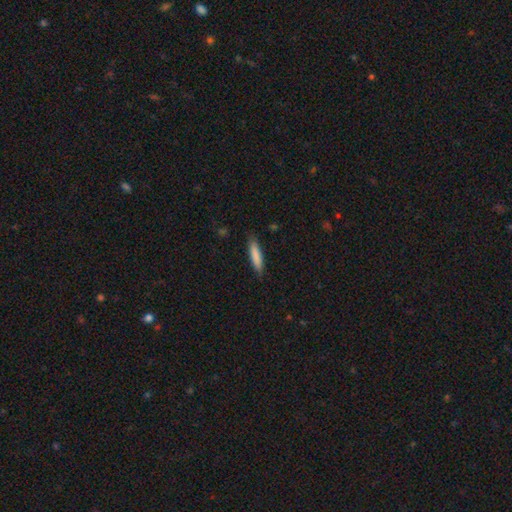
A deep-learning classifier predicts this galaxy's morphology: Smooth or featured? smooth (83%)
How rounded? cigar-shaped (81%)
Merging? none (86%)